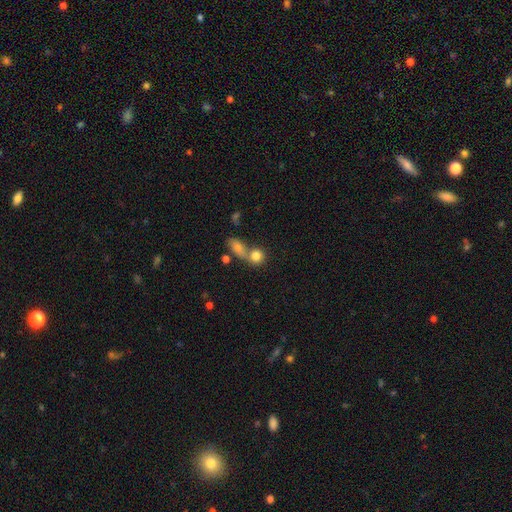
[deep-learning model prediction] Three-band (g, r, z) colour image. It shows a smooth galaxy with no disk features (81%) that is round (74%). Merging: merger (48%).